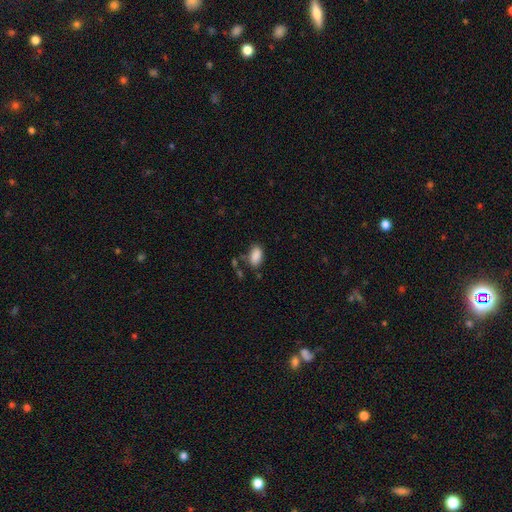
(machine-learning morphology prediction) The model was most divided on "merging": none: 71%, minor disturbance: 18%, merger: 6%, major disturbance: 5%. More confident: how rounded — in between (92%); smooth or featured — smooth (88%).